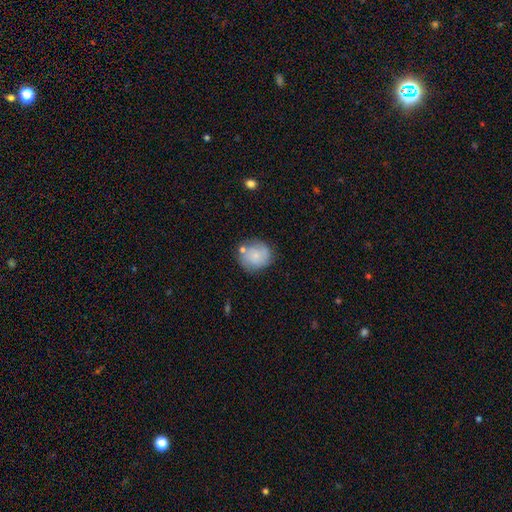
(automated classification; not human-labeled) smooth-or-featured: smooth: 64% | featured or disk: 28% | star or artifact: 8%
  how-rounded: round: 81% | in between: 18% | cigar-shaped: 1%
  merging: none: 65% | minor disturbance: 19% | merger: 9% | major disturbance: 6%